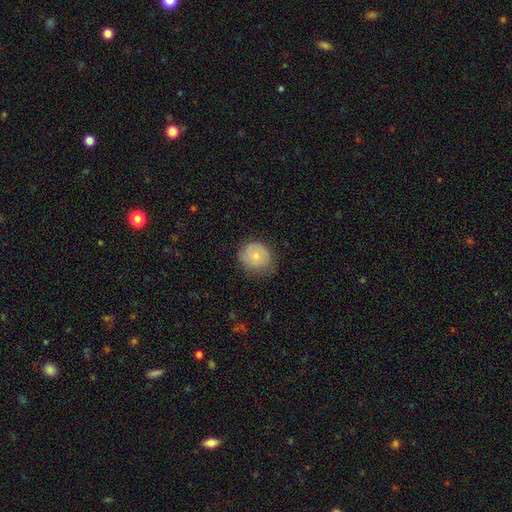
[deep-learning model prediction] smooth_or_featured: smooth (p=0.74) [alt: featured or disk p=0.19]
how_rounded: round (p=0.78) [alt: in between p=0.21]
merging: none (p=0.66) [alt: minor disturbance p=0.27]